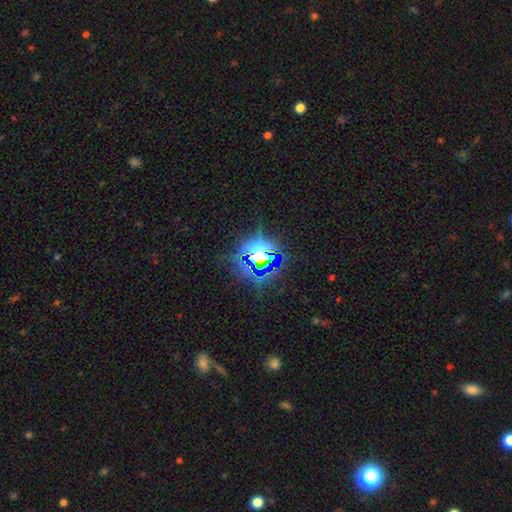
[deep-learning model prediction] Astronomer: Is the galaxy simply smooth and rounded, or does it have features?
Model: star or artifact — 78%.